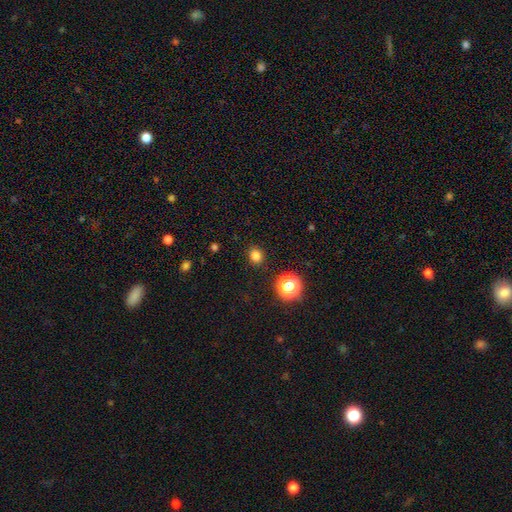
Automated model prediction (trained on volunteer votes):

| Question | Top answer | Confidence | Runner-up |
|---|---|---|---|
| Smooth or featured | smooth | 80% | star or artifact (15%) |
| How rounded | round | 71% | in between (28%) |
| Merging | none | 90% | minor disturbance (7%) |